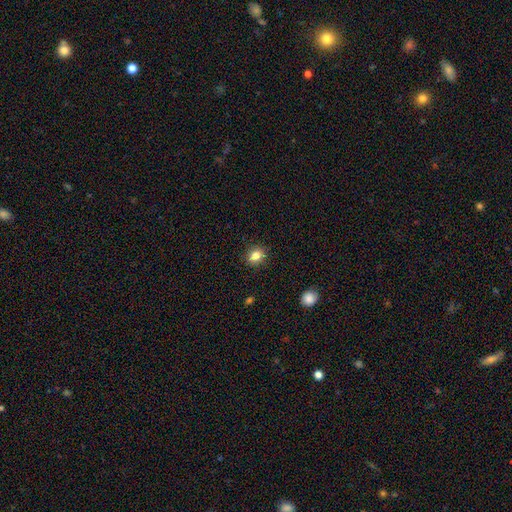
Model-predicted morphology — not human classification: A smooth galaxy with no disk features (83%) that is in between round and cigar-shaped (54%).

Vote fractions:
- Smooth or featured? smooth: 83% / star or artifact: 10% / featured or disk: 7%
- How rounded? in between: 54% / round: 45% / cigar-shaped: 1%
- Merging? none: 89% / minor disturbance: 8% / major disturbance: 2% / merger: 1%